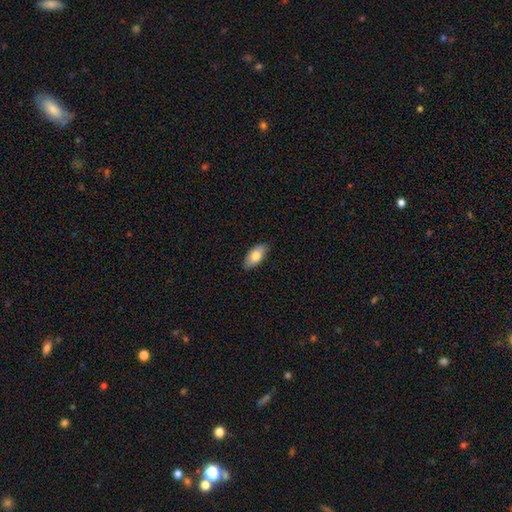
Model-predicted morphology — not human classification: Smooth or featured: smooth — 78% (featured or disk — 16%)
How rounded: in between — 91% (cigar-shaped — 6%)
Merging: none — 87% (minor disturbance — 10%)